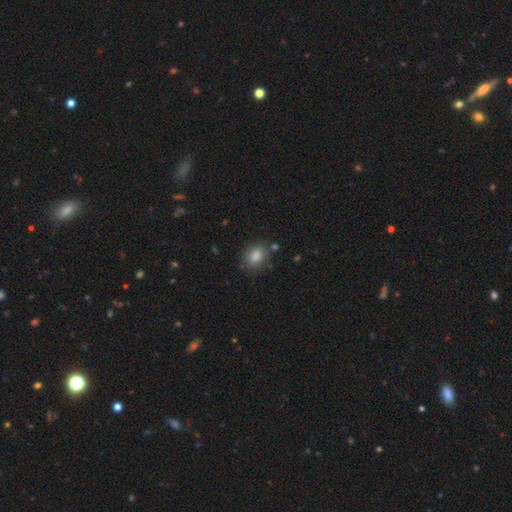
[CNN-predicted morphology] The model was most divided on "how rounded": in between: 50%, round: 49%, cigar-shaped: 1%. More confident: smooth or featured — smooth (82%); merging — none (80%).